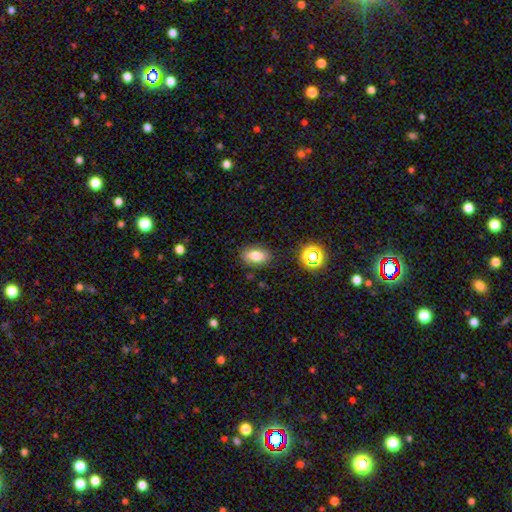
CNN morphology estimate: The model was most divided on "smooth or featured": smooth: 79%, star or artifact: 11%, featured or disk: 10%. More confident: how rounded — in between (88%); merging — none (84%).